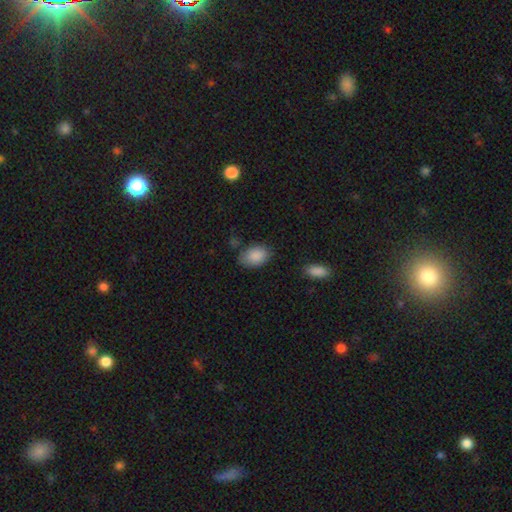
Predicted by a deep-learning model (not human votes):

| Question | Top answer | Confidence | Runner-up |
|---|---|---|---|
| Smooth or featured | smooth | 88% | star or artifact (7%) |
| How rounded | in between | 89% | round (10%) |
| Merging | none | 74% | minor disturbance (18%) |